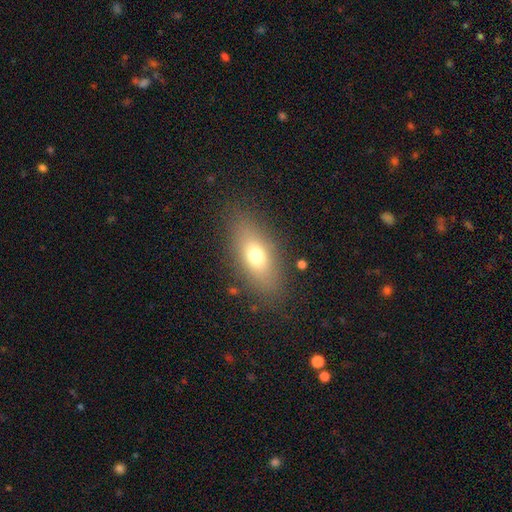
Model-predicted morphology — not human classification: Smooth or featured: smooth — 70% (featured or disk — 20%)
How rounded: in between — 79% (cigar-shaped — 14%)
Merging: none — 82% (minor disturbance — 11%)